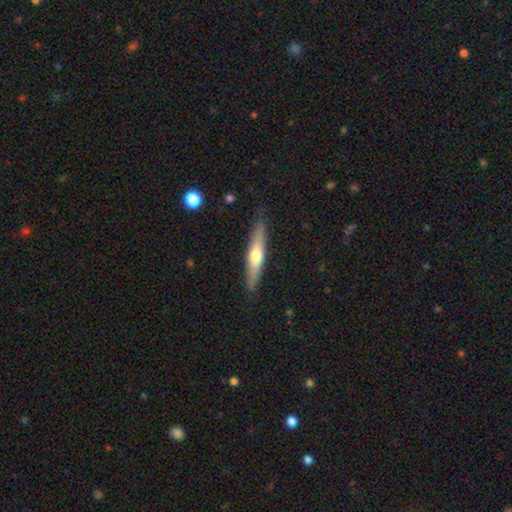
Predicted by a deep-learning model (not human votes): smooth_or_featured: smooth (p=0.47) [tied with: featured or disk p=0.47]
merging: none (p=0.87) [alt: minor disturbance p=0.10]